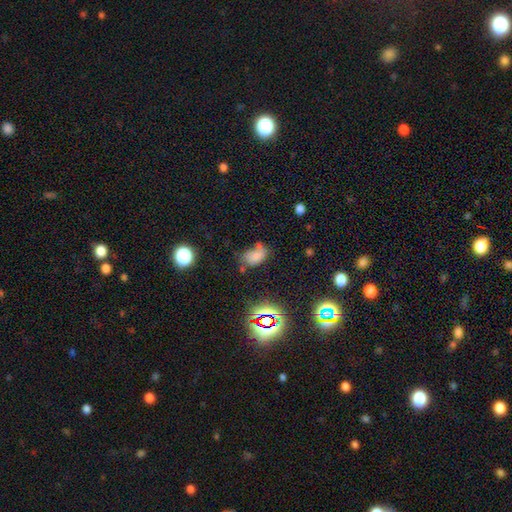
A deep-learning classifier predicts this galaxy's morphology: smooth_or_featured: smooth (p=0.67) [alt: star or artifact p=0.21]
how_rounded: in between (p=0.85) [alt: round p=0.13]
merging: none (p=0.46) [alt: minor disturbance p=0.27]